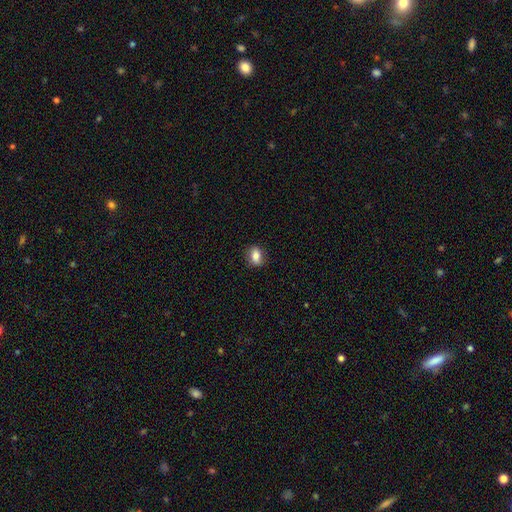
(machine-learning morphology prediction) Smooth or featured? Predicted: smooth (p=0.81). How rounded? Predicted: in between (p=0.72). Merging? Predicted: none (p=0.86).